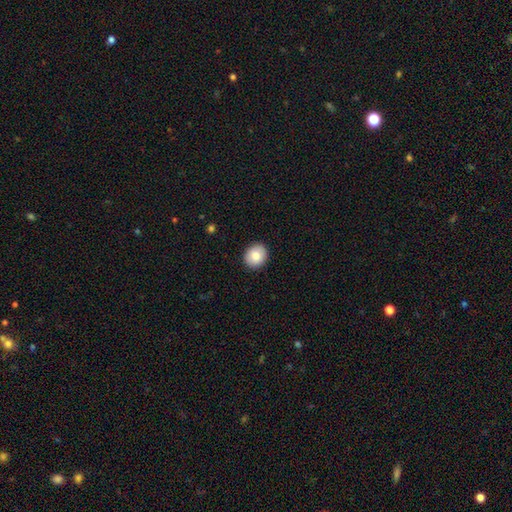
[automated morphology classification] The model was most divided on "how rounded": round: 69%, in between: 30%, cigar-shaped: 1%. More confident: merging — none (91%); smooth or featured — smooth (83%).